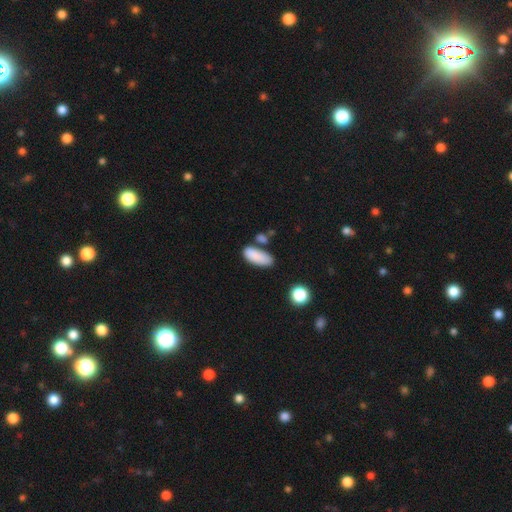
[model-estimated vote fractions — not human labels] A smooth galaxy with no disk features (85%) that is in between round and cigar-shaped (80%).

Vote fractions:
- Smooth or featured? smooth: 85% / star or artifact: 8% / featured or disk: 7%
- How rounded? in between: 80% / cigar-shaped: 17% / round: 3%
- Merging? none: 60% / minor disturbance: 18% / merger: 17% / major disturbance: 6%